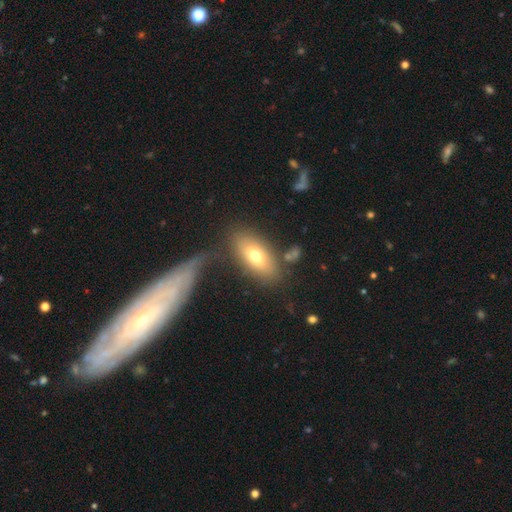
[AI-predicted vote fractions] Morphology: type=smooth (69%); roundness=in between (88%); merging=none (65%).